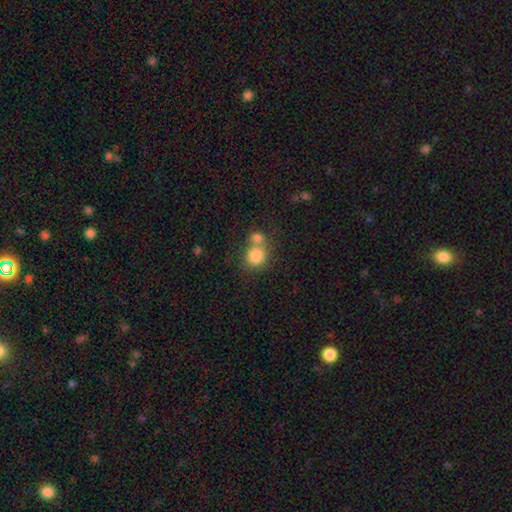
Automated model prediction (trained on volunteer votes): A smooth galaxy with no disk features (82%) that is round (80%). Merging: none (44%).